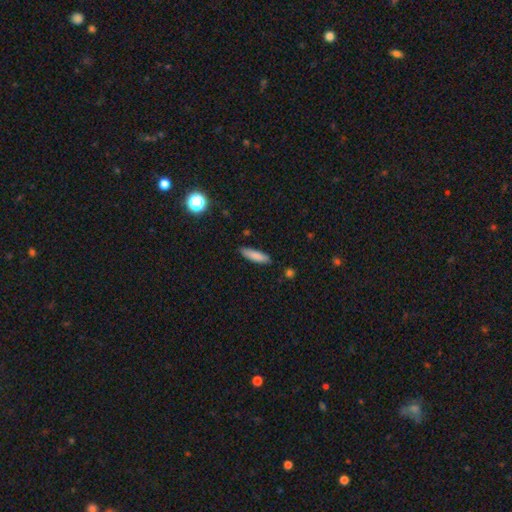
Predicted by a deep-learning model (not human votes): A smooth galaxy with no disk features (84%) that is cigar-shaped (61%).

Vote fractions:
- Smooth or featured? smooth: 84% / featured or disk: 9% / star or artifact: 7%
- How rounded? cigar-shaped: 61% / in between: 37% / round: 2%
- Merging? none: 83% / minor disturbance: 13% / major disturbance: 2% / merger: 2%